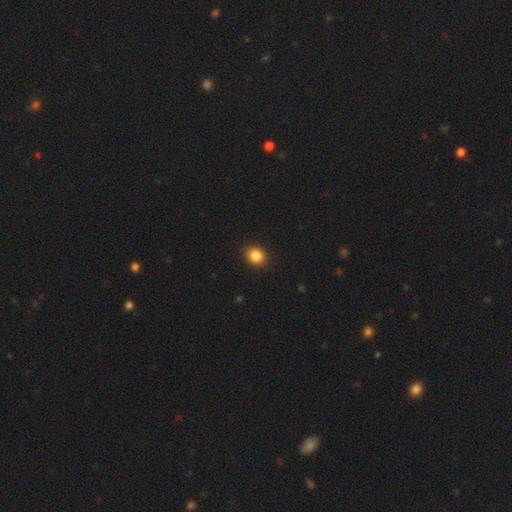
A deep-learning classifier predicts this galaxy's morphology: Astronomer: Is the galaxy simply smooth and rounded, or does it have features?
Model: smooth — 86%.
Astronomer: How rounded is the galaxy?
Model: round — 74%.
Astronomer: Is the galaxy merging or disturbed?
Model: none — 92%.